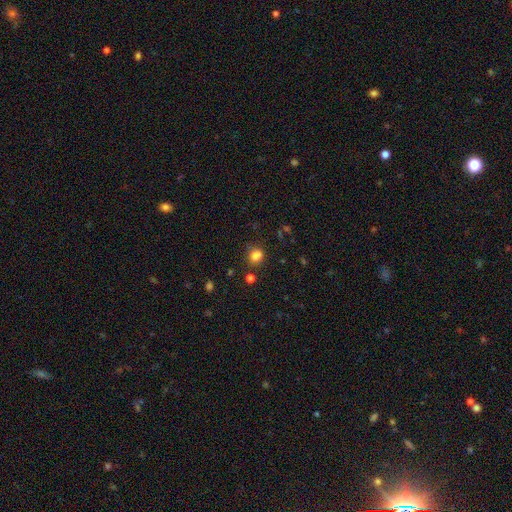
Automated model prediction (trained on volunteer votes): This appears to be a smooth galaxy with no disk features (78%) that is round (58%). Merging: none (63%).